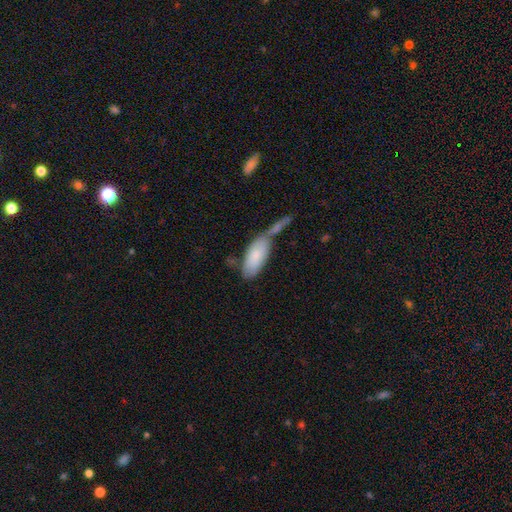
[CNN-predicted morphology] smooth 79%, featured or disk 16%, star or artifact 5%. Down the decision tree: how rounded — in between (85%); merging — none (41%).